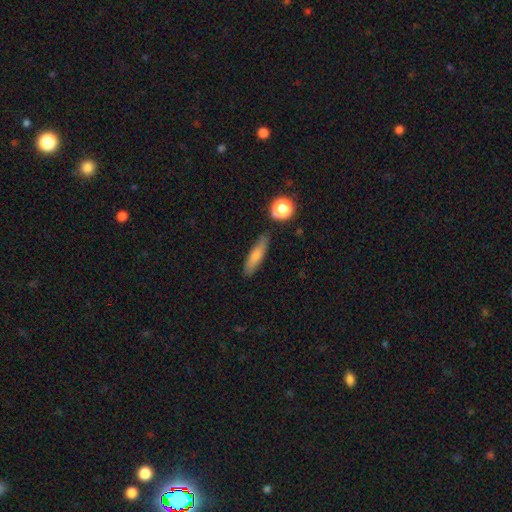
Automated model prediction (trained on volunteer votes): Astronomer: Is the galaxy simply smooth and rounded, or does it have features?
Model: smooth — 74%.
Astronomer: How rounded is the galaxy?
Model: cigar-shaped — 70%.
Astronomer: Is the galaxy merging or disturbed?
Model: none — 79%.